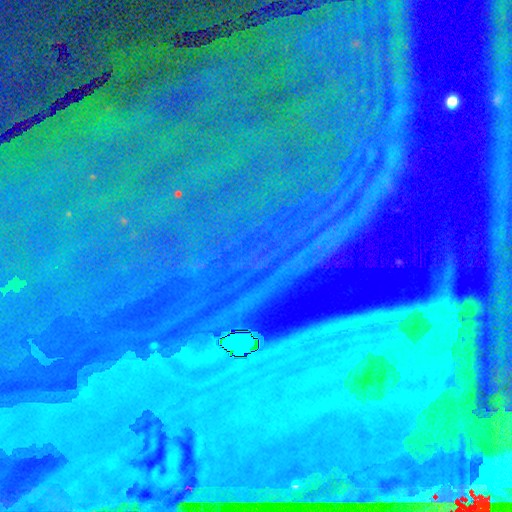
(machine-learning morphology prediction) A star or artifact, not a galaxy (88%).

Vote fractions:
- Smooth or featured? star or artifact: 88% / featured or disk: 6% / smooth: 6%